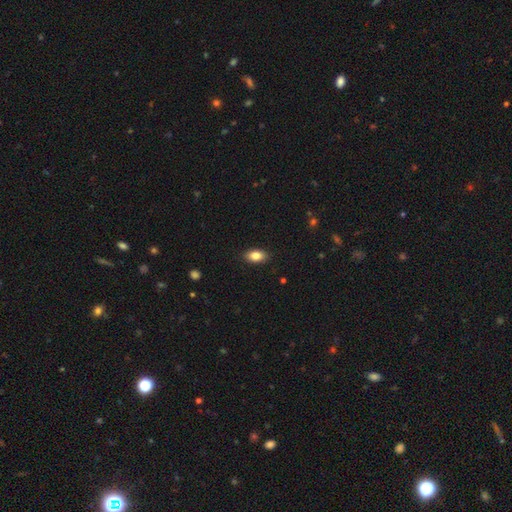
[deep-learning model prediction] Q: Smooth or featured?
A: smooth (84%); runner-up: featured or disk (8%)
Q: How rounded?
A: in between (90%); runner-up: round (7%)
Q: Merging?
A: none (88%); runner-up: minor disturbance (9%)